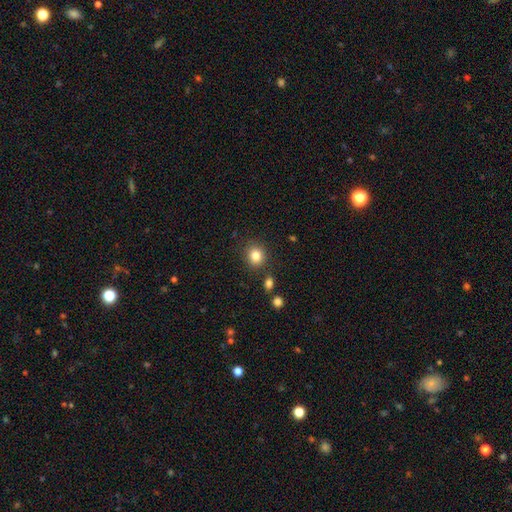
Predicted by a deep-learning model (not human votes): Smooth or featured?
  - smooth: 83% *
  - star or artifact: 10%
  - featured or disk: 6%
How rounded?
  - round: 76% *
  - in between: 23%
  - cigar-shaped: 1%
Merging?
  - none: 84% *
  - minor disturbance: 9%
  - merger: 4%
  - major disturbance: 3%